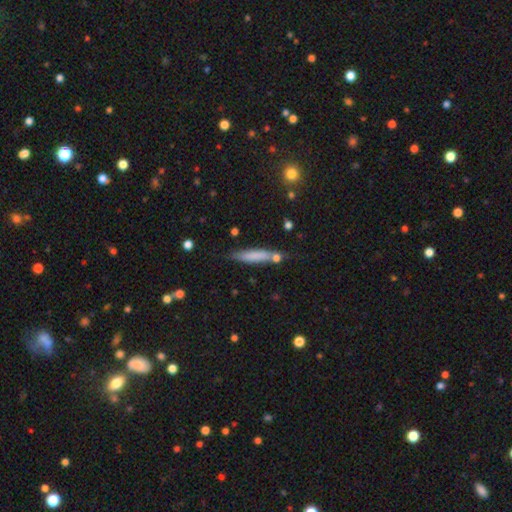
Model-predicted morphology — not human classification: Smooth or featured? Predicted: smooth (p=0.72). How rounded? Predicted: cigar-shaped (p=0.88). Merging? Predicted: none (p=0.72).